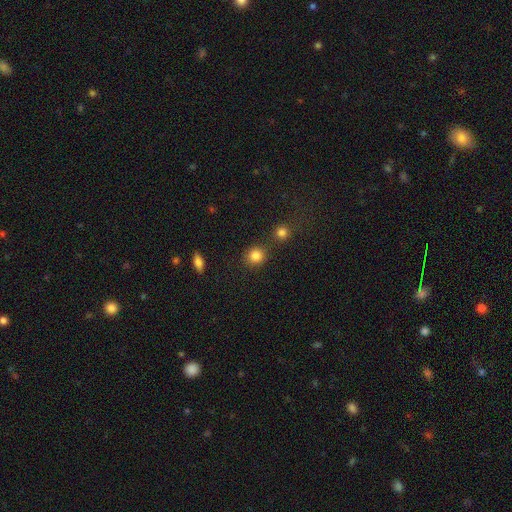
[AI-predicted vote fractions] A smooth galaxy with no disk features (84%) that is round (85%). Merging: none (77%).